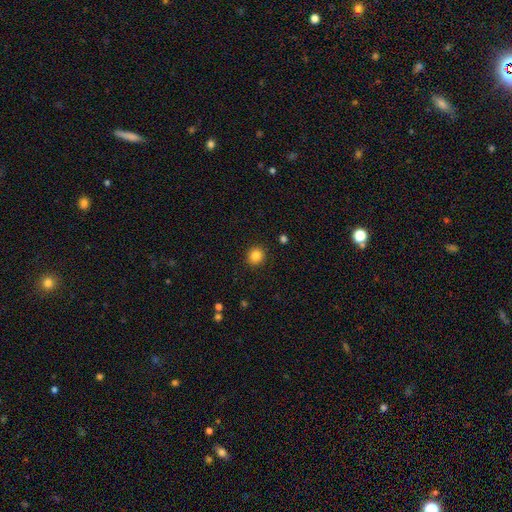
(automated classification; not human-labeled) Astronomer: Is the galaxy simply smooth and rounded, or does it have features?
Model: smooth — 85%.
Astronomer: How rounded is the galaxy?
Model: round — 86%.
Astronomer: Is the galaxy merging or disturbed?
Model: none — 91%.